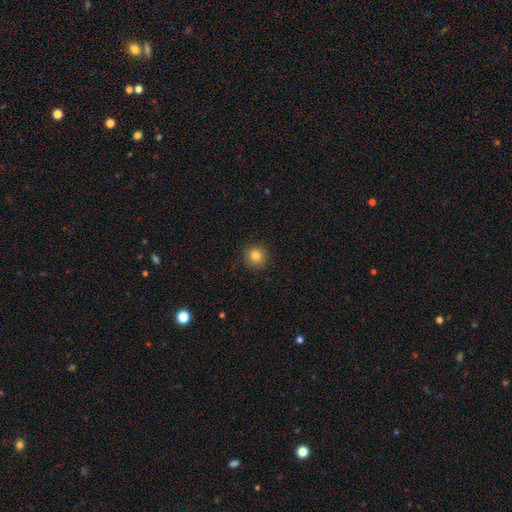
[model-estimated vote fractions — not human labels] Smooth or featured? smooth (82%)
How rounded? round (95%)
Merging? none (91%)